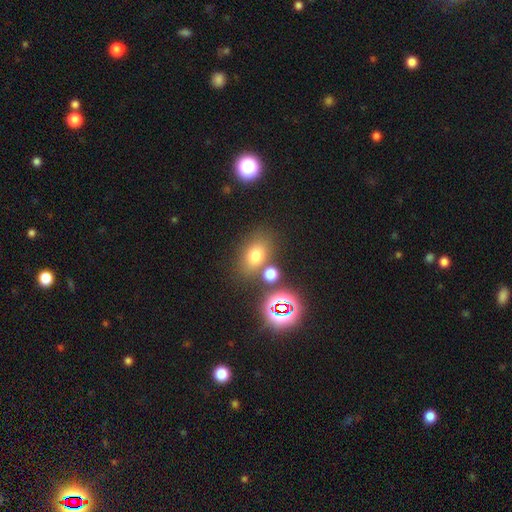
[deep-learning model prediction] Smooth or featured: smooth — 68% (star or artifact — 21%)
How rounded: in between — 67% (round — 32%)
Merging: none — 68% (merger — 15%)